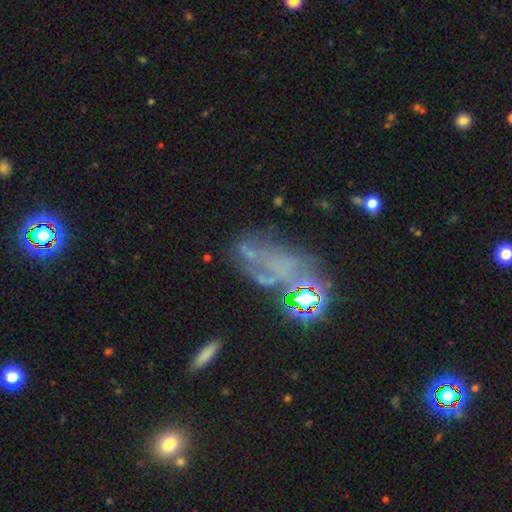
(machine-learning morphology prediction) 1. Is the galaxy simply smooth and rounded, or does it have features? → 42% featured or disk, 34% star or artifact, 24% smooth.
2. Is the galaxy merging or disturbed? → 39% none, 30% major disturbance, 20% minor disturbance, 11% merger.